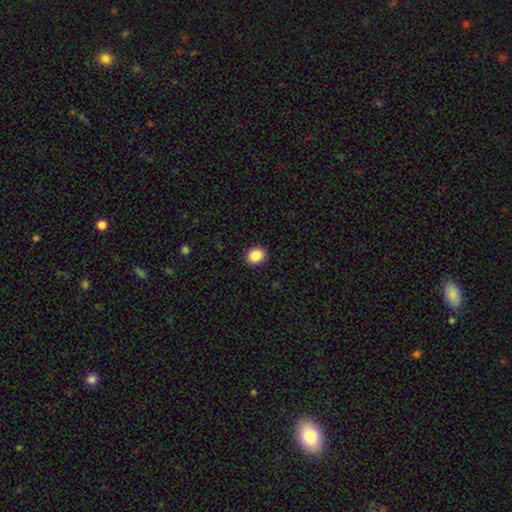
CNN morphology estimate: smooth-or-featured: smooth: 88% | star or artifact: 9% | featured or disk: 4%
  how-rounded: round: 73% | in between: 27% | cigar-shaped: 1%
  merging: none: 91% | minor disturbance: 6% | major disturbance: 2% | merger: 1%